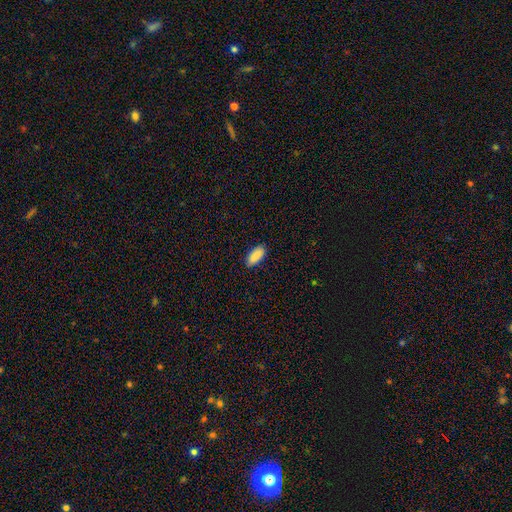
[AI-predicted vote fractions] smooth-or-featured: smooth: 90% | star or artifact: 6% | featured or disk: 4%
  how-rounded: in between: 87% | cigar-shaped: 11% | round: 2%
  merging: none: 88% | minor disturbance: 9% | major disturbance: 2% | merger: 1%